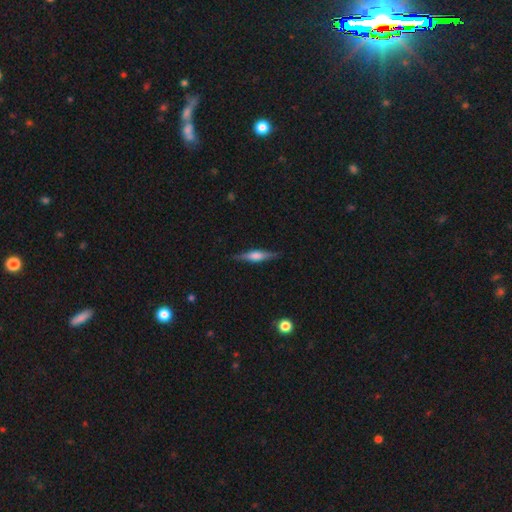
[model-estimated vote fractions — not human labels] This is likely a featured or disk galaxy (62%). It is clearly viewed edge-on (97%). Edge-on bulge: likely rounded (73%). Merging: clearly none (87%).